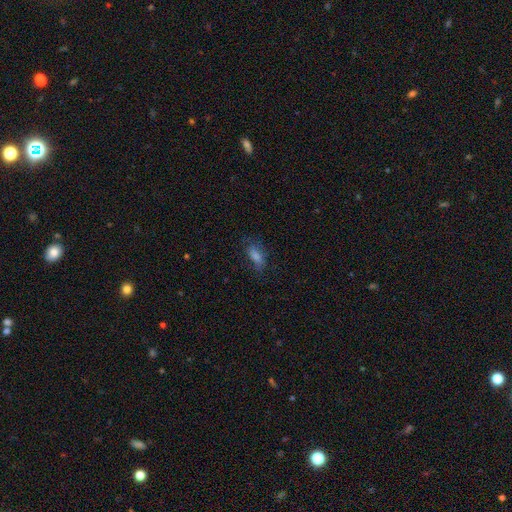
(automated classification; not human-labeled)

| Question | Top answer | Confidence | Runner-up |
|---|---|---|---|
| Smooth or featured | smooth | 59% | featured or disk (21%) |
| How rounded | in between | 74% | cigar-shaped (19%) |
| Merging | none | 66% | minor disturbance (21%) |